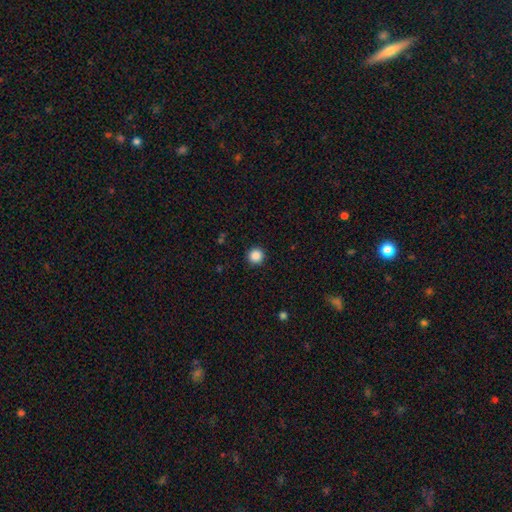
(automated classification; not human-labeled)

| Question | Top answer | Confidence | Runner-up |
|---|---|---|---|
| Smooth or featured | smooth | 87% | star or artifact (10%) |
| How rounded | round | 96% | in between (3%) |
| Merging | none | 92% | minor disturbance (5%) |